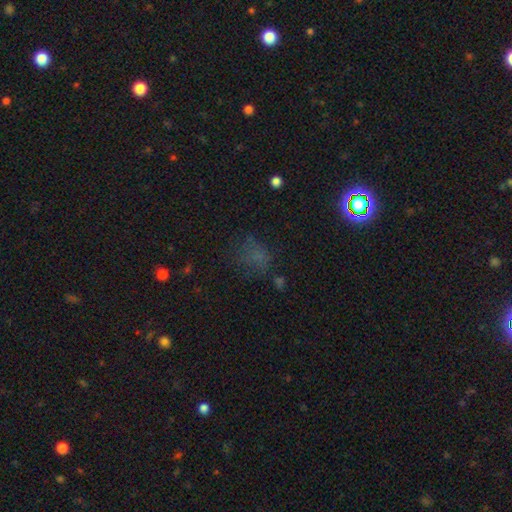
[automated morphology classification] Smooth or featured?
  - smooth: 47% *
  - star or artifact: 37%
  - featured or disk: 17%
Merging?
  - none: 55% *
  - minor disturbance: 21%
  - major disturbance: 19%
  - merger: 4%